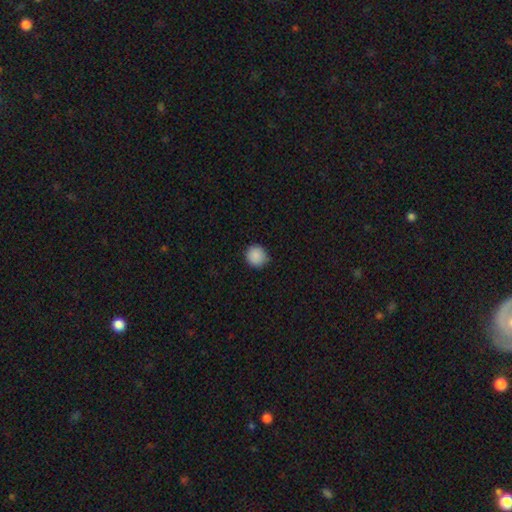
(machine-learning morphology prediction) smooth-or-featured: smooth: 89% | star or artifact: 8% | featured or disk: 3%
  how-rounded: round: 91% | in between: 8% | cigar-shaped: 1%
  merging: none: 87% | minor disturbance: 10% | major disturbance: 2% | merger: 1%